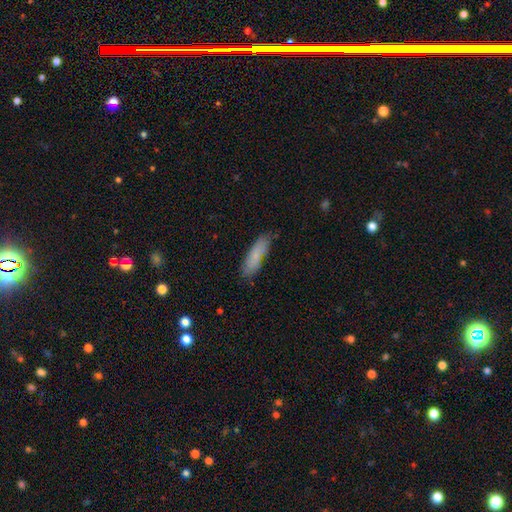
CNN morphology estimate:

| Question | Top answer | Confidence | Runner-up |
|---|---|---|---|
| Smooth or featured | smooth | 82% | featured or disk (11%) |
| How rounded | cigar-shaped | 60% | in between (38%) |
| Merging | none | 77% | minor disturbance (17%) |